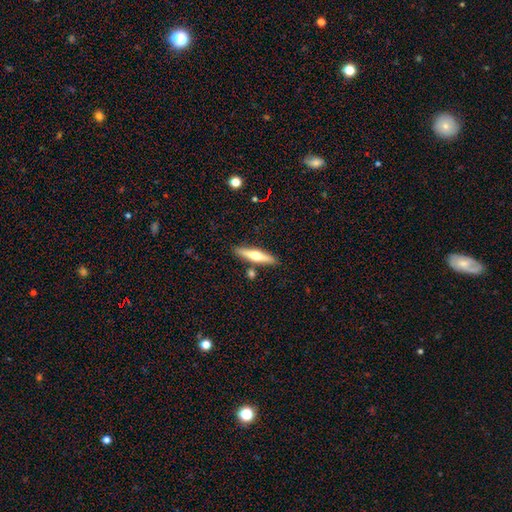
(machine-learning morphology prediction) Smooth or featured: featured or disk — 54% (smooth — 40%)
Edge-on disk: yes — 94% (no — 6%)
Edge-on bulge: rounded — 93% (none — 4%)
Merging: none — 85% (minor disturbance — 8%)